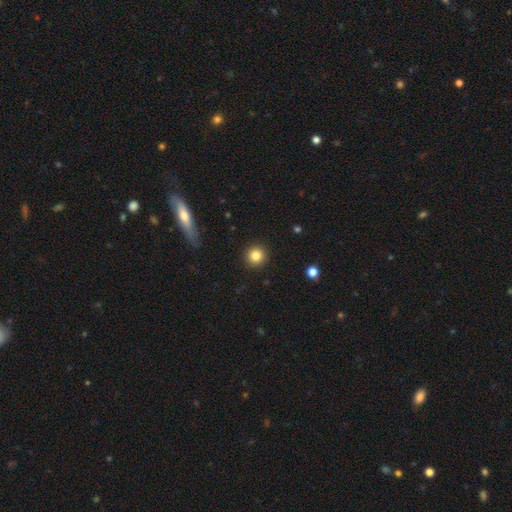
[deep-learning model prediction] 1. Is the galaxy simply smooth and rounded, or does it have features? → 84% smooth, 10% star or artifact, 6% featured or disk.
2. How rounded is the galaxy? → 95% round, 4% in between, 1% cigar-shaped.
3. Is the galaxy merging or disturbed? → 92% none, 5% minor disturbance, 2% major disturbance, 1% merger.